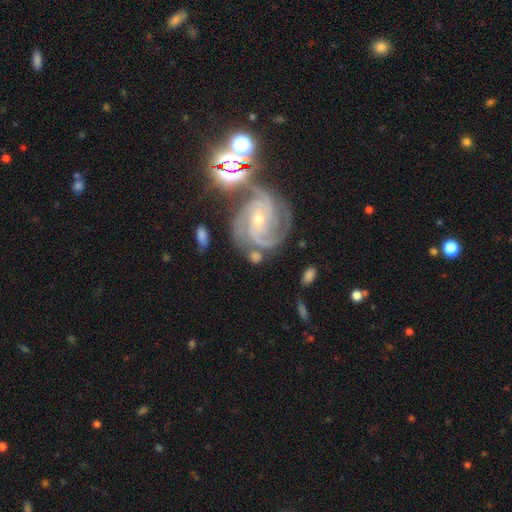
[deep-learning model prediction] smooth-or-featured: featured or disk: 79% | smooth: 13% | star or artifact: 8%
  disk-edge-on: no: 97% | yes: 3%
    bar: no: 57% | weak: 31% | strong: 12%
    has-spiral-arms: yes: 97% | no: 3%
      spiral-winding: tight: 49% | medium: 42% | loose: 8%
      spiral-arm-count: 3: 45% | 2: 26% | can't tell: 10% | 4: 10% | 1: 5% | more than 4: 5%
    bulge-size: small: 55% | moderate: 40% | large: 2% | none: 2% | dominant: 1%
  merging: none: 60% | minor disturbance: 17% | merger: 13% | major disturbance: 9%